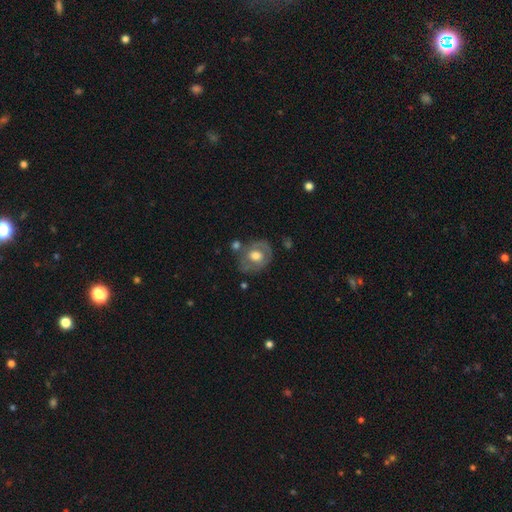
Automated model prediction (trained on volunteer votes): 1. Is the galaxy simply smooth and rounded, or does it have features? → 52% featured or disk, 42% smooth, 7% star or artifact.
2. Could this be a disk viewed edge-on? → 95% no, 5% yes.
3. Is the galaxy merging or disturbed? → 60% none, 21% minor disturbance, 10% major disturbance, 9% merger.